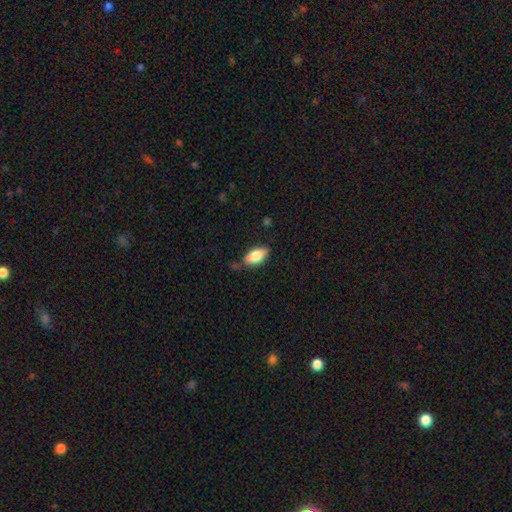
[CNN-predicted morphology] smooth 78%, featured or disk 15%, star or artifact 7%. Down the decision tree: how rounded — in between (89%); merging — none (63%).